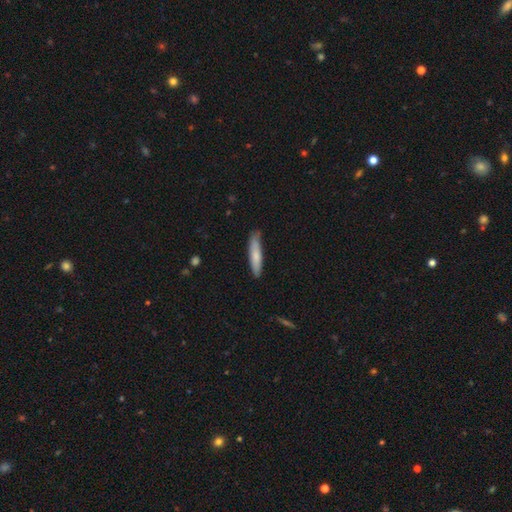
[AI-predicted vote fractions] Smooth or featured? Predicted: smooth (p=0.76). How rounded? Predicted: cigar-shaped (p=0.87). Merging? Predicted: none (p=0.81).